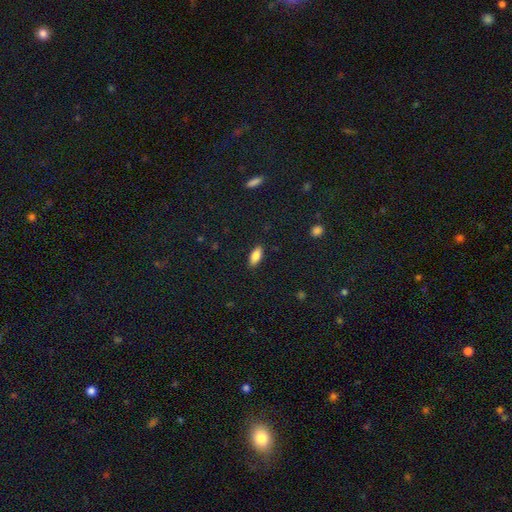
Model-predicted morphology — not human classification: Smooth or featured? Predicted: smooth (p=0.82). How rounded? Predicted: in between (p=0.82). Merging? Predicted: none (p=0.87).